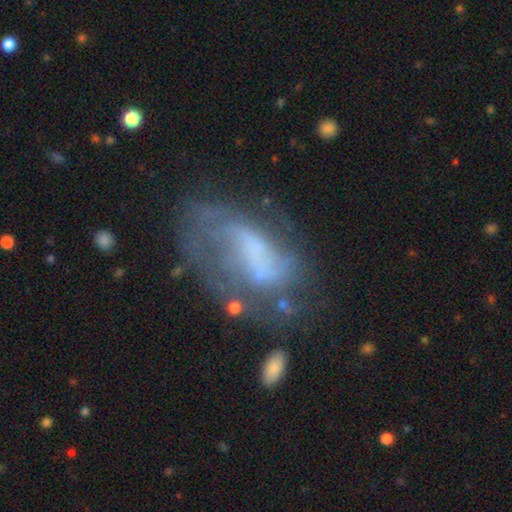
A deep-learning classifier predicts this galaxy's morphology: smooth_or_featured: featured or disk (p=0.68) [alt: smooth p=0.22]
disk_edge_on: no (p=0.96) [alt: yes p=0.04]
bar: no (p=0.51) [alt: weak p=0.34]
has_spiral_arms: yes (p=0.69) [alt: no p=0.31]
bulge_size: none (p=0.53) [alt: small p=0.23]
merging: none (p=0.41) [alt: major disturbance p=0.29]